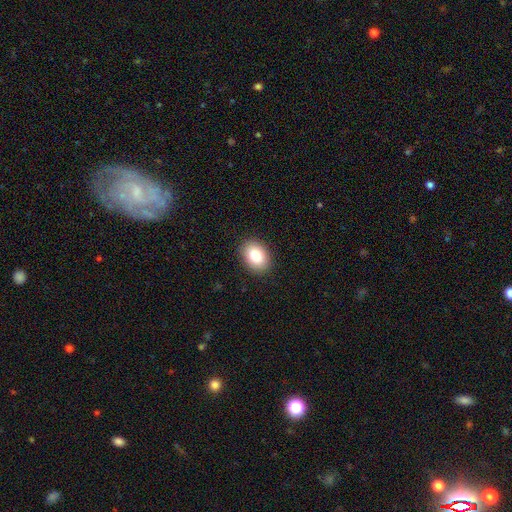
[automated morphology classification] A smooth galaxy with no disk features (83%) that is in between round and cigar-shaped (73%). Merging: none (89%).